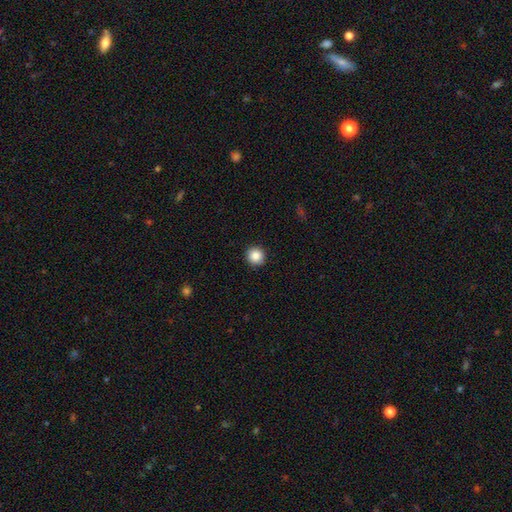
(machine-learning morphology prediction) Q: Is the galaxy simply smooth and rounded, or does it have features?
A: smooth — 87%.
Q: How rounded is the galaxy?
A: round — 94%.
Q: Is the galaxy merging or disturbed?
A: none — 92%.